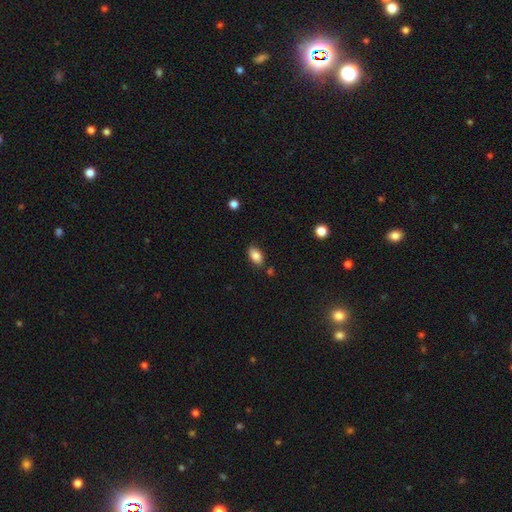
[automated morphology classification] smooth-or-featured: smooth: 85% | star or artifact: 8% | featured or disk: 7%
  how-rounded: in between: 91% | round: 6% | cigar-shaped: 2%
  merging: none: 82% | minor disturbance: 12% | merger: 4% | major disturbance: 3%